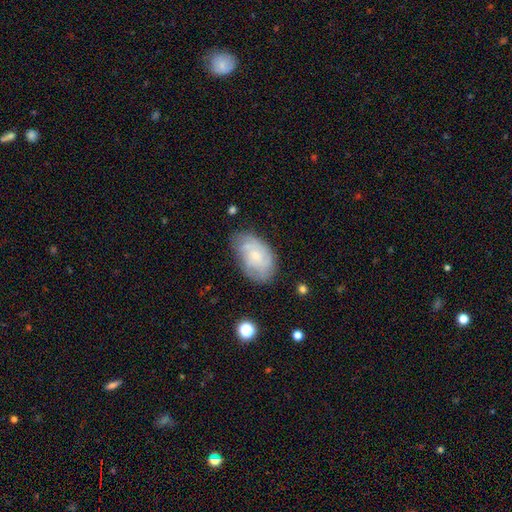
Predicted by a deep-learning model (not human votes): Smooth or featured? featured or disk (57%)
Edge-on disk? no (96%)
Bar? no (74%)
Spiral arms? yes (80%)
Bulge size? small (67%)
Merging? none (63%)